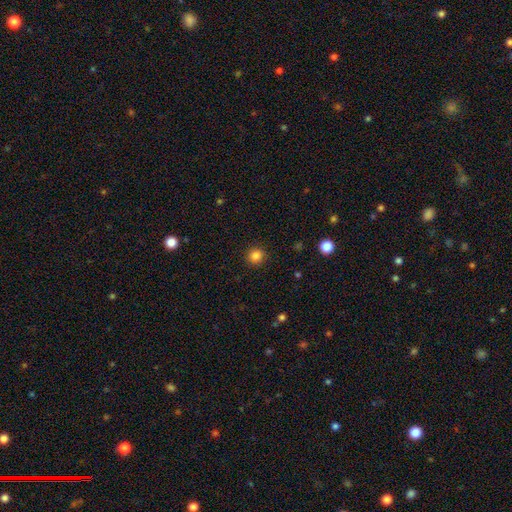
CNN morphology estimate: The model was most divided on "smooth or featured": smooth: 84%, star or artifact: 12%, featured or disk: 4%. More confident: how rounded — round (92%); merging — none (91%).